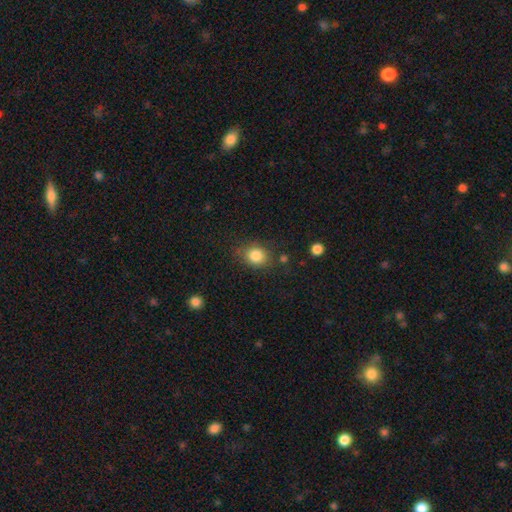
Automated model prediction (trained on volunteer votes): This is clearly a smooth galaxy (84%). How rounded: possibly round (53%). Merging: likely none (74%).